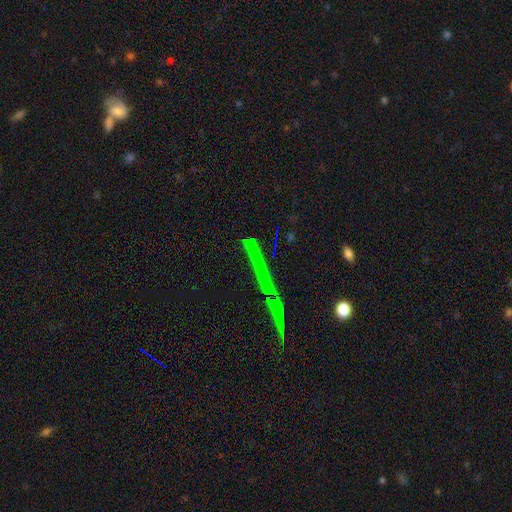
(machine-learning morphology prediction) type=star or artifact (67%).